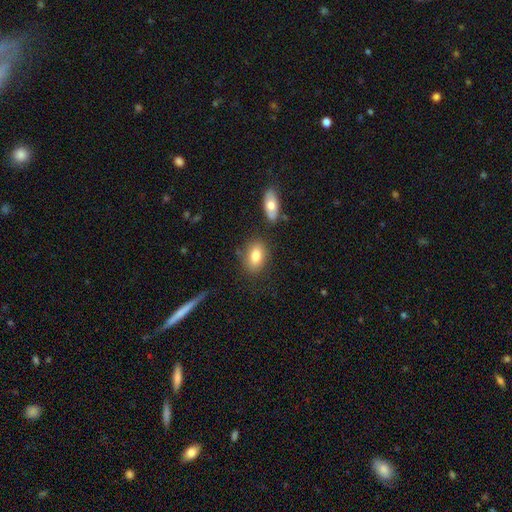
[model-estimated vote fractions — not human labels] Smooth or featured?
  - smooth: 81% *
  - featured or disk: 11%
  - star or artifact: 7%
How rounded?
  - in between: 83% *
  - round: 15%
  - cigar-shaped: 2%
Merging?
  - none: 76% *
  - minor disturbance: 13%
  - merger: 8%
  - major disturbance: 4%